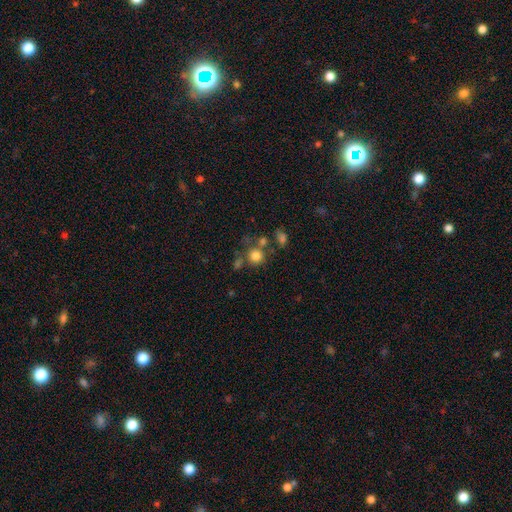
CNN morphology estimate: smooth_or_featured: smooth (p=0.77) [alt: star or artifact p=0.13]
how_rounded: round (p=0.89) [alt: in between p=0.10]
merging: none (p=0.61) [alt: merger p=0.21]